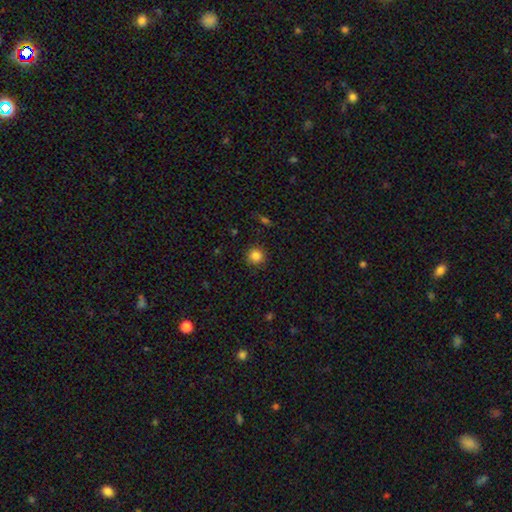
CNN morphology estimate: Overall: smooth (84%). How rounded: round (93%). Merging: none (90%).